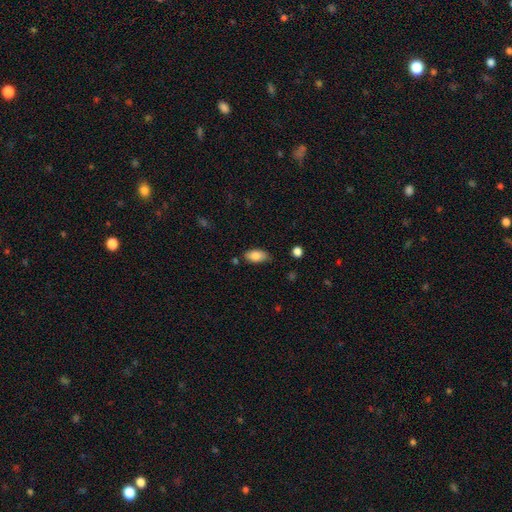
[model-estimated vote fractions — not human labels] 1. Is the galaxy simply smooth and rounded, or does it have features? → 84% smooth, 9% featured or disk, 7% star or artifact.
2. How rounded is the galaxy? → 93% in between, 4% round, 4% cigar-shaped.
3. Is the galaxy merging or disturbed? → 75% none, 19% minor disturbance, 3% major disturbance, 3% merger.